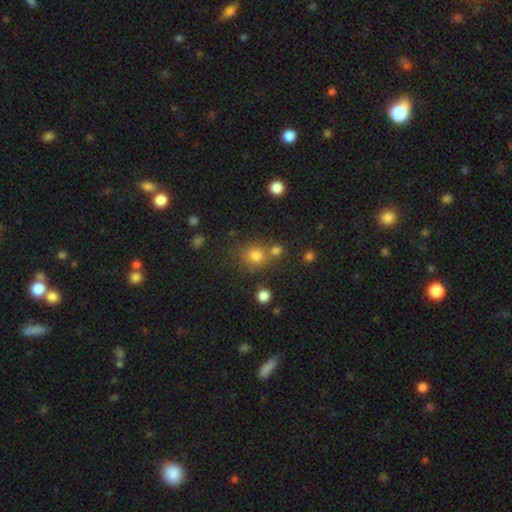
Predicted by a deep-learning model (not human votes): This appears to be a smooth galaxy with no disk features (77%) that is round (82%). Merging: none (65%).